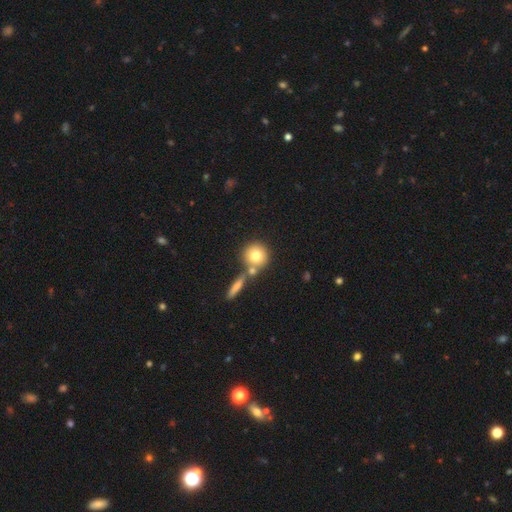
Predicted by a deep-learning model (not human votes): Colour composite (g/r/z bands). It shows a smooth galaxy with no disk features (74%) that is round (91%). Merging: none (60%).